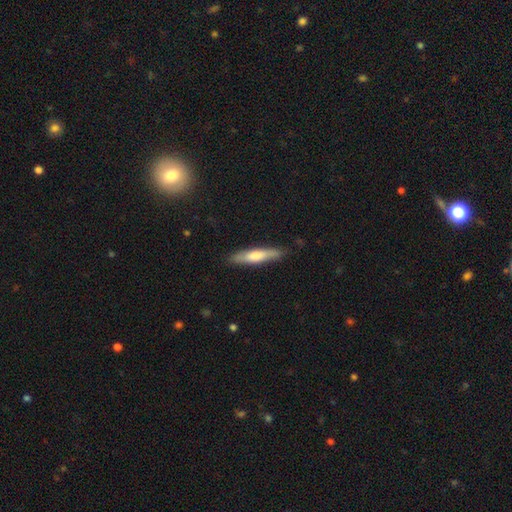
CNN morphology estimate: Overall: smooth (57%; featured or disk 37%). How rounded: cigar-shaped (86%). Merging: none (86%).